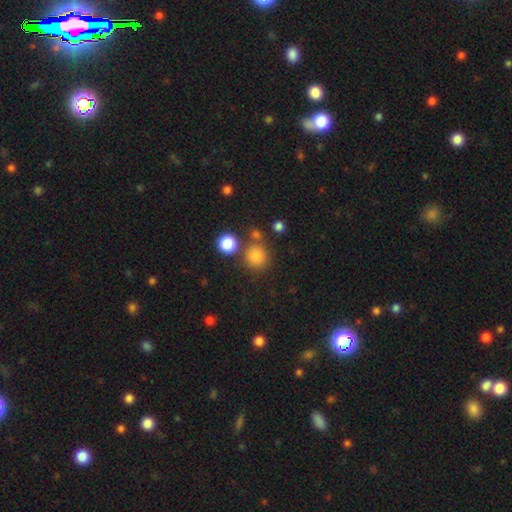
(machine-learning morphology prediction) A smooth galaxy with no disk features (81%) that is round (90%). Merging: none (74%).